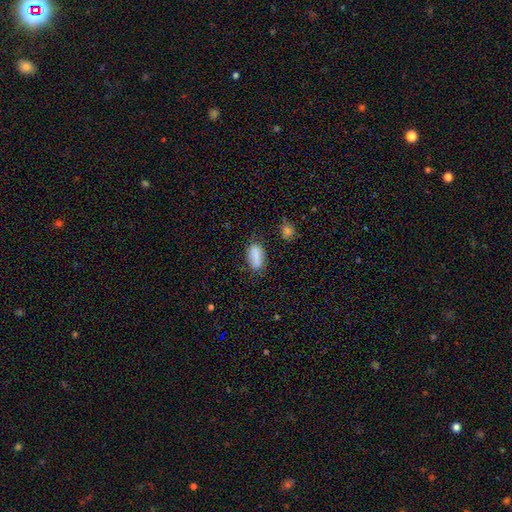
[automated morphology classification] Smooth or featured? Predicted: smooth (p=0.77). How rounded? Predicted: in between (p=0.84). Merging? Predicted: none (p=0.72).